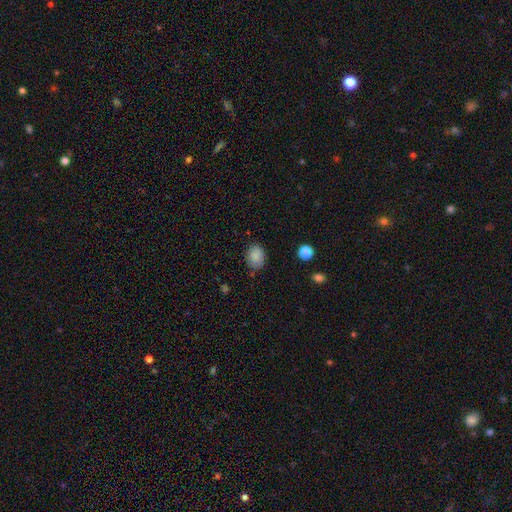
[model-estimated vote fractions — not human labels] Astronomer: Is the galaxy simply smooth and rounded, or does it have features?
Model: smooth — 87%.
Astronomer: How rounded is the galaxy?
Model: in between — 65%.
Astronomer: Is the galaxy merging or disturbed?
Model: none — 80%.